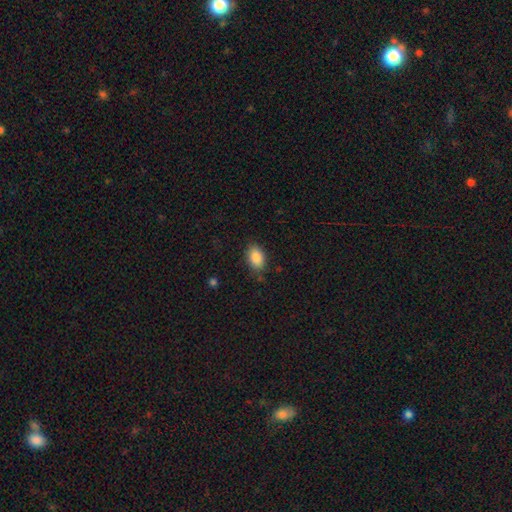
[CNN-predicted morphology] A smooth galaxy with no disk features (88%) that is in between round and cigar-shaped (89%).

Vote fractions:
- Smooth or featured? smooth: 88% / star or artifact: 8% / featured or disk: 5%
- How rounded? in between: 89% / round: 10% / cigar-shaped: 1%
- Merging? none: 82% / minor disturbance: 13% / major disturbance: 3% / merger: 1%